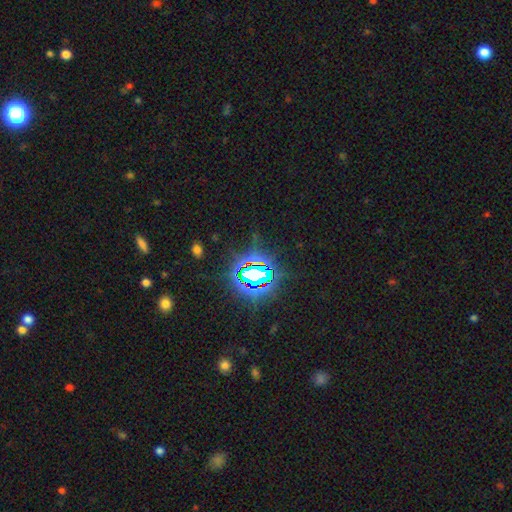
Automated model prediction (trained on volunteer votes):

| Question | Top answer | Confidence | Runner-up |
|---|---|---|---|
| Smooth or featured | star or artifact | 81% | smooth (11%) |